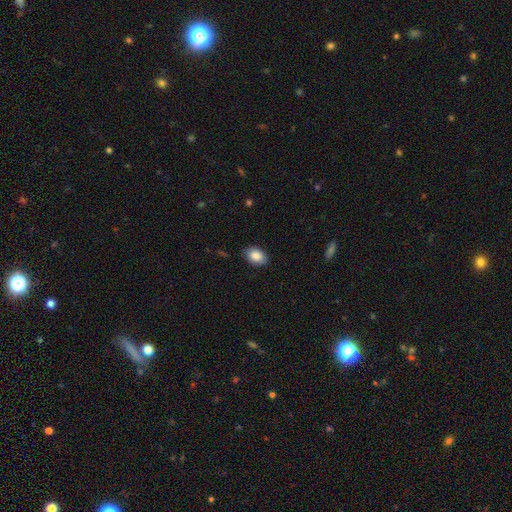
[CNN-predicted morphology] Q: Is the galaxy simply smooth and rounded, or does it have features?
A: smooth — 87%.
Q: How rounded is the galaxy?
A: in between — 84%.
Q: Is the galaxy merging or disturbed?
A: none — 87%.